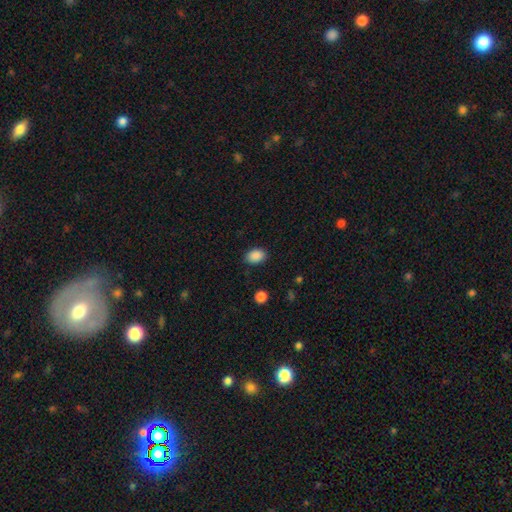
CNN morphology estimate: This is clearly a smooth galaxy (89%). How rounded: clearly in between (81%). Merging: clearly none (85%).